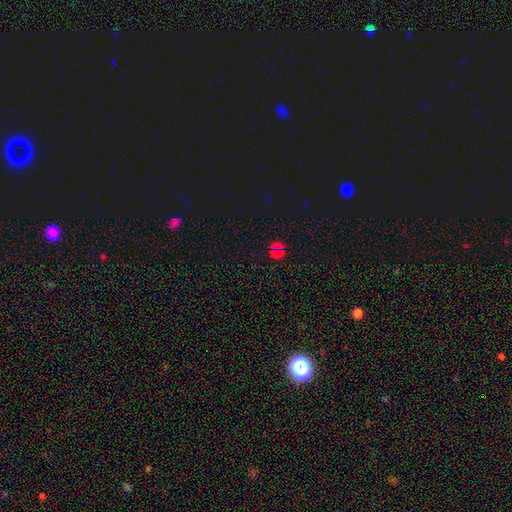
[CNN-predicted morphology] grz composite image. It shows a star or artifact, not a galaxy (68%).